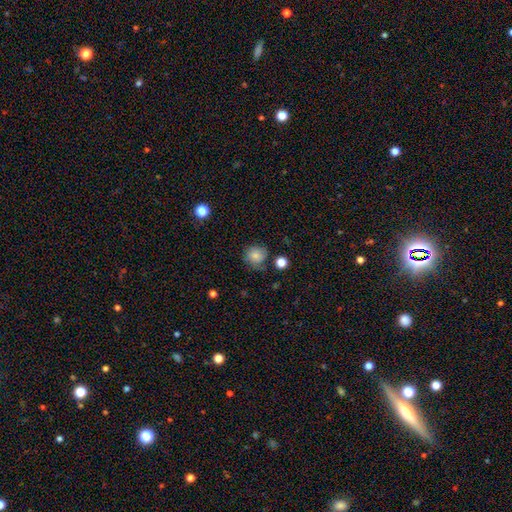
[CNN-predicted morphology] Smooth or featured?
  - smooth: 78% *
  - featured or disk: 12%
  - star or artifact: 10%
How rounded?
  - round: 83% *
  - in between: 16%
  - cigar-shaped: 1%
Merging?
  - none: 66% *
  - minor disturbance: 23%
  - major disturbance: 8%
  - merger: 4%